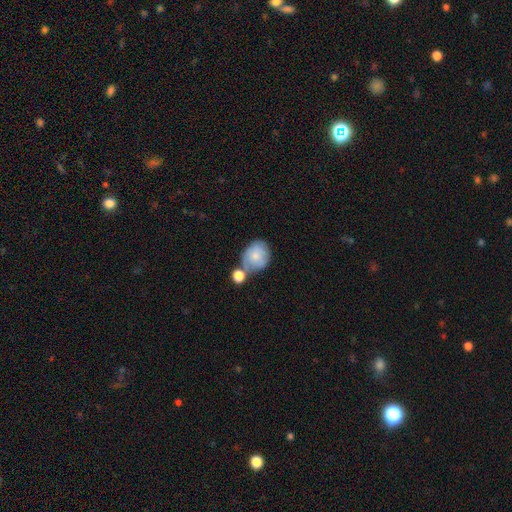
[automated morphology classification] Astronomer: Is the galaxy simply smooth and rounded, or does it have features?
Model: smooth — 73%.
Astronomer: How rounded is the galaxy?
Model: round — 54% (runner-up: in between, 44%).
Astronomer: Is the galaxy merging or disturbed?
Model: none — 43% (runner-up: merger, 29%).